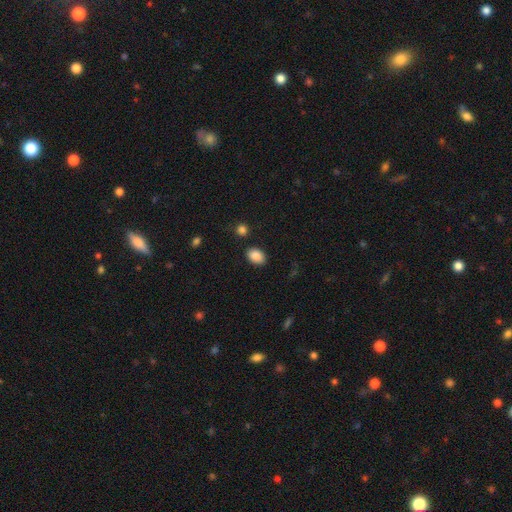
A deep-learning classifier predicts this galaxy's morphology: Smooth or featured? Predicted: smooth (p=0.88). How rounded? Predicted: in between (p=0.83). Merging? Predicted: none (p=0.85).